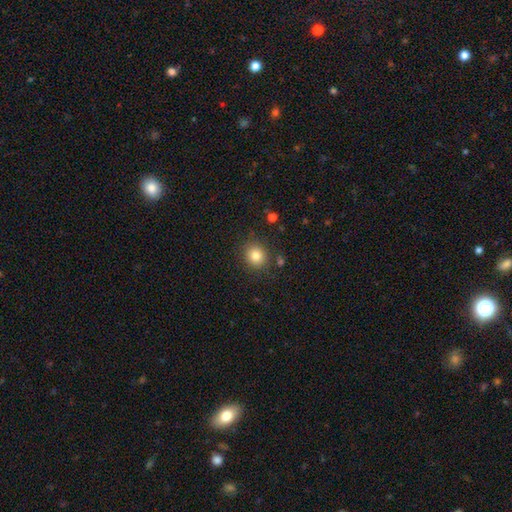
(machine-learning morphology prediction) Q: Smooth or featured?
A: smooth (82%); runner-up: star or artifact (11%)
Q: How rounded?
A: round (79%); runner-up: in between (20%)
Q: Merging?
A: none (86%); runner-up: minor disturbance (9%)